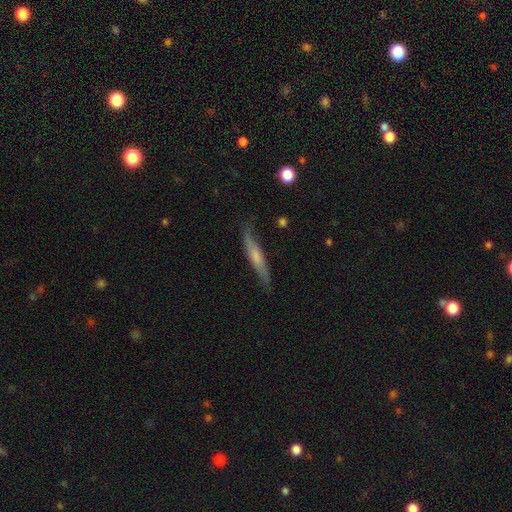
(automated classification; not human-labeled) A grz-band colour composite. It shows a featured or disk galaxy (49%). Merging: none (72%).